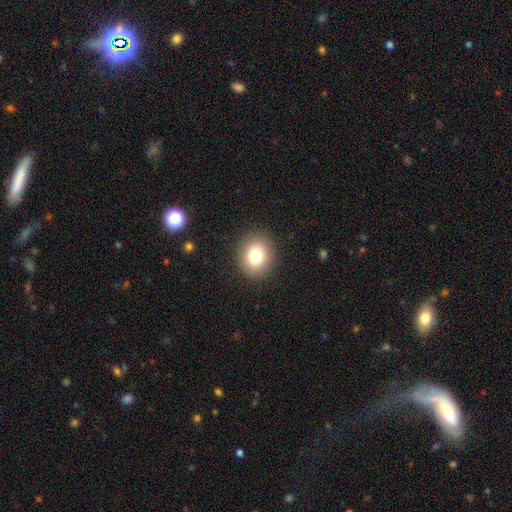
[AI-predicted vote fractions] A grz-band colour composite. It shows a smooth galaxy with no disk features (79%) that is round (70%). Merging: none (90%).